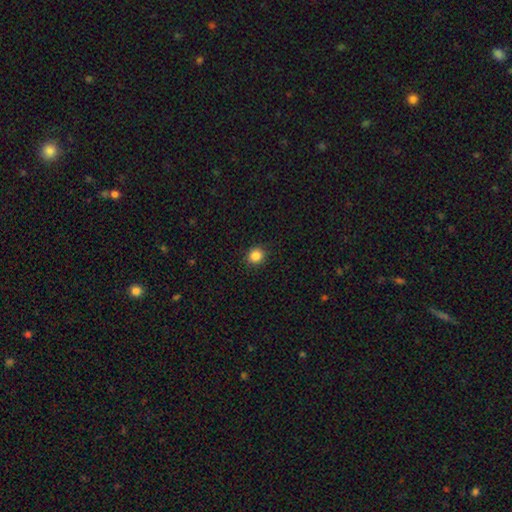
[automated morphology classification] Smooth or featured? smooth (85%)
How rounded? round (87%)
Merging? none (91%)